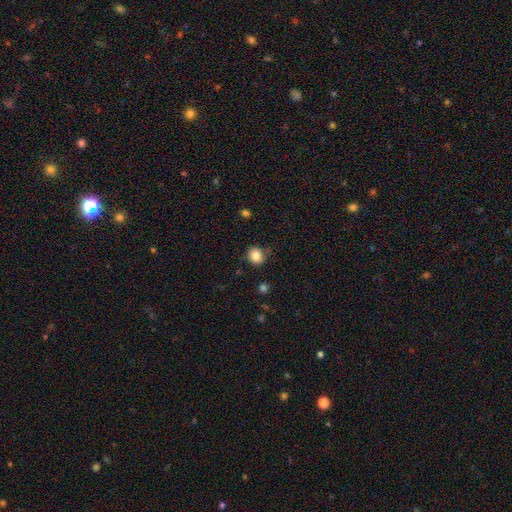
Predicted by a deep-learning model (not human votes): smooth 83%, star or artifact 11%, featured or disk 6%. Down the decision tree: how rounded — round (76%); merging — none (83%).